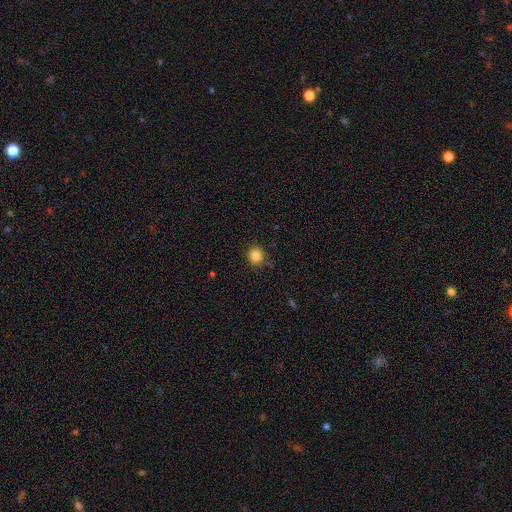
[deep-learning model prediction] Smooth or featured? smooth (85%)
How rounded? round (90%)
Merging? none (87%)